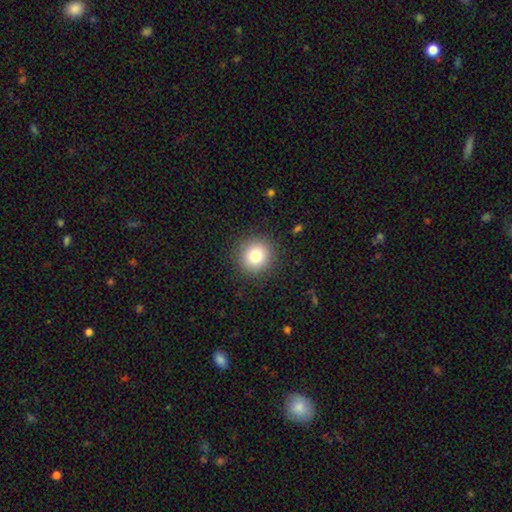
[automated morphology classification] smooth 79%, star or artifact 12%, featured or disk 9%. Down the decision tree: how rounded — round (92%); merging — none (90%).